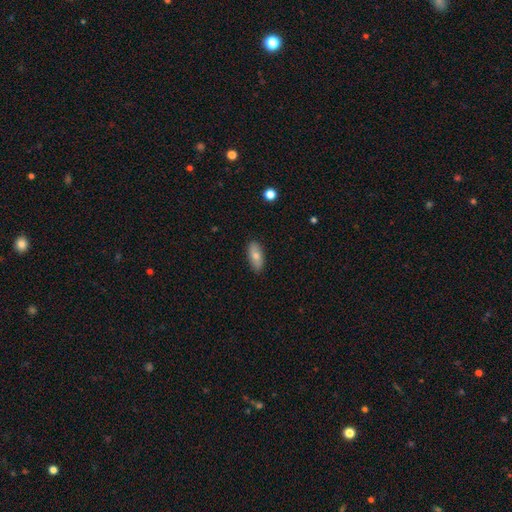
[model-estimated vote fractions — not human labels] Morphology: type=smooth (75%); roundness=in between (86%); merging=none (88%).